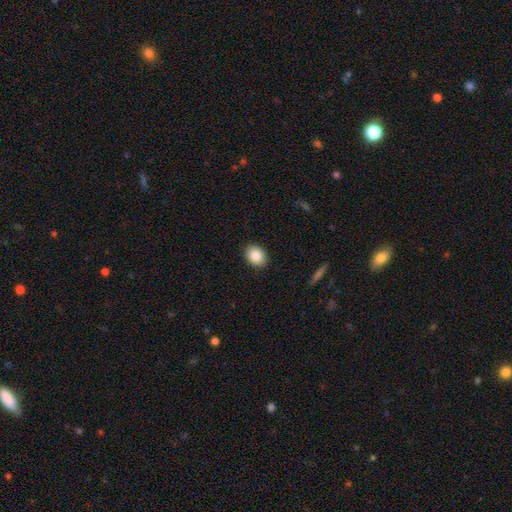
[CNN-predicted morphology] This is clearly a smooth galaxy (88%). How rounded: likely in between (65%). Merging: clearly none (90%).